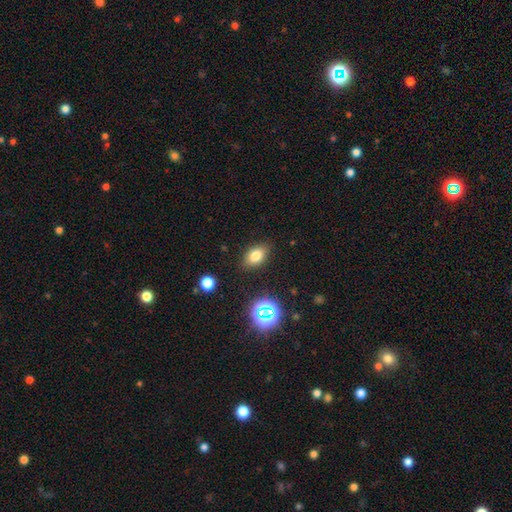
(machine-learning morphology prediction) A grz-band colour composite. It shows a smooth galaxy with no disk features (76%) that is in between round and cigar-shaped (82%). Merging: none (84%).